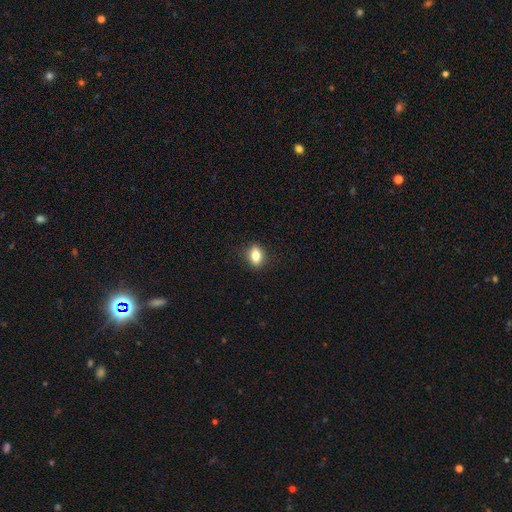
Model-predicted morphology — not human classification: Q: Smooth or featured?
A: smooth (75%); runner-up: featured or disk (15%)
Q: How rounded?
A: in between (74%); runner-up: round (20%)
Q: Merging?
A: none (87%); runner-up: minor disturbance (10%)